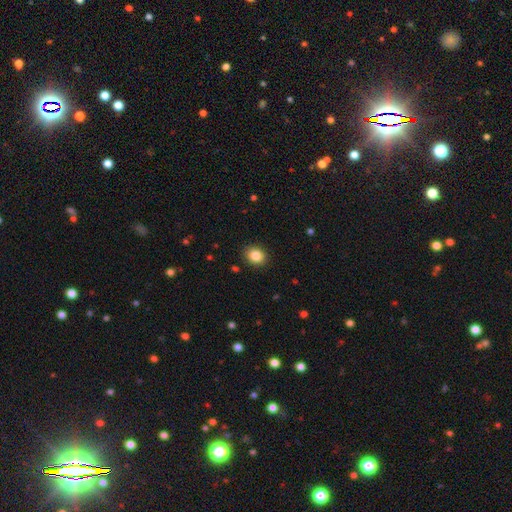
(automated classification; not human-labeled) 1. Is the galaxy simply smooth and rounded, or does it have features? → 86% smooth, 9% star or artifact, 5% featured or disk.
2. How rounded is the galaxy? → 61% round, 38% in between, 1% cigar-shaped.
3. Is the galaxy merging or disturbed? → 89% none, 7% minor disturbance, 2% major disturbance, 1% merger.